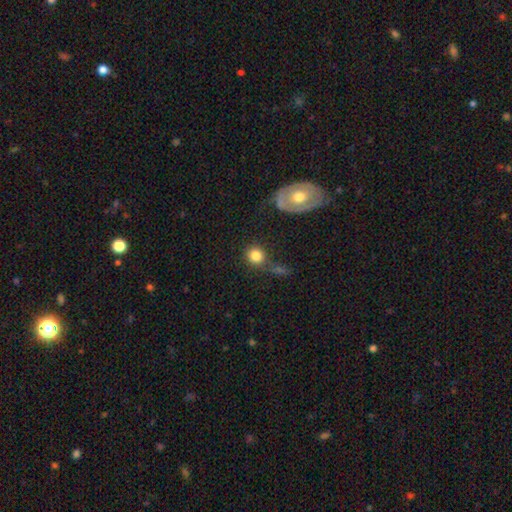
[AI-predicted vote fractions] Overall: smooth (82%). How rounded: round (87%). Merging: none (63%).